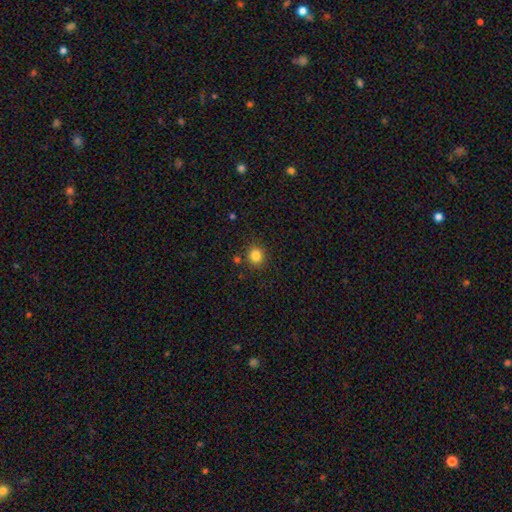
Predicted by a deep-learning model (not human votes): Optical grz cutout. It shows a smooth galaxy with no disk features (83%) that is round (86%). Merging: none (86%).